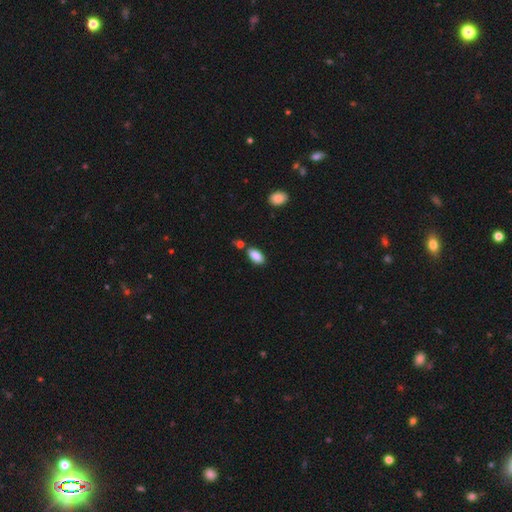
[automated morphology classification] A smooth galaxy with no disk features (88%) that is in between round and cigar-shaped (91%).

Vote fractions:
- Smooth or featured? smooth: 88% / star or artifact: 7% / featured or disk: 5%
- How rounded? in between: 91% / cigar-shaped: 7% / round: 3%
- Merging? none: 78% / minor disturbance: 12% / merger: 8% / major disturbance: 3%